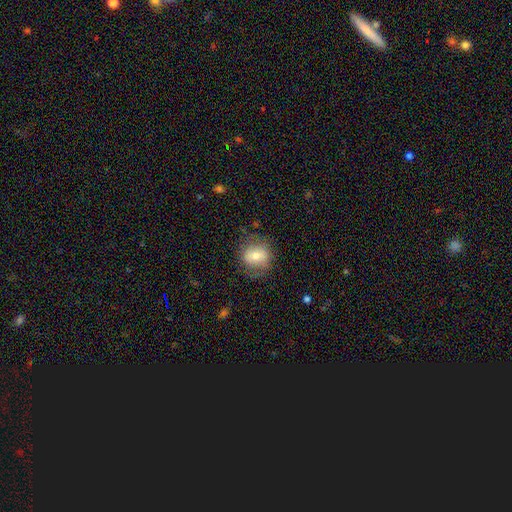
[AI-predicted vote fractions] A smooth galaxy with no disk features (64%) that is round (65%). Merging: none (72%).